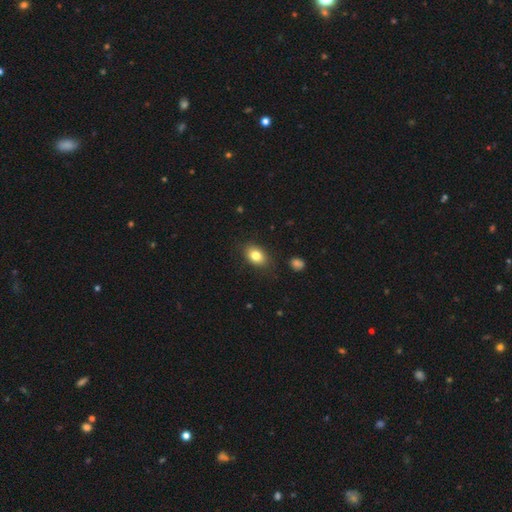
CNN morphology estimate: Overall: smooth (81%). How rounded: in between (80%). Merging: none (82%).